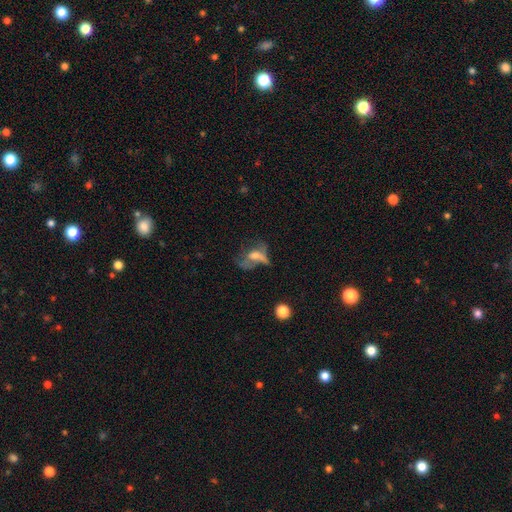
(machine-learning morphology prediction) Smooth or featured?
  - featured or disk: 45% *
  - smooth: 39%
  - star or artifact: 16%
Merging?
  - major disturbance: 50% *
  - none: 25%
  - minor disturbance: 16%
  - merger: 9%